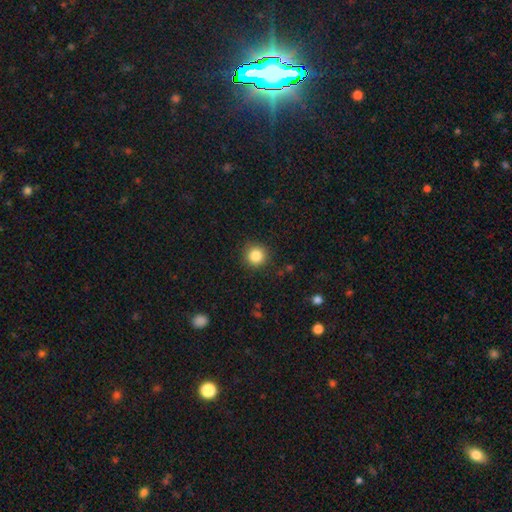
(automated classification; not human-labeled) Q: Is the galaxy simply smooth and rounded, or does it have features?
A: smooth — 84%.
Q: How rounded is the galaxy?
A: round — 94%.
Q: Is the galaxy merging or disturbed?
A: none — 90%.